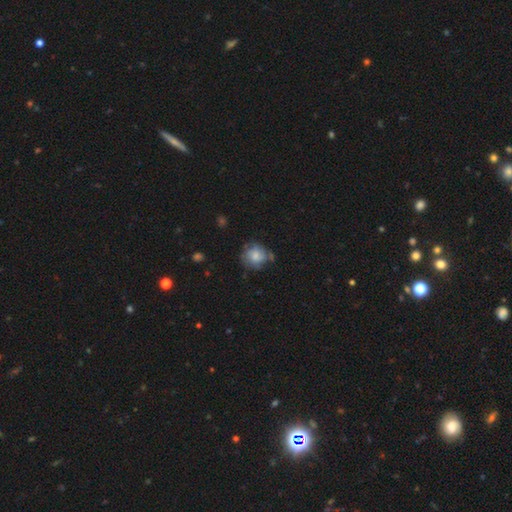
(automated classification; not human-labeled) A smooth galaxy with no disk features (61%) that is round (79%). Merging: none (56%).